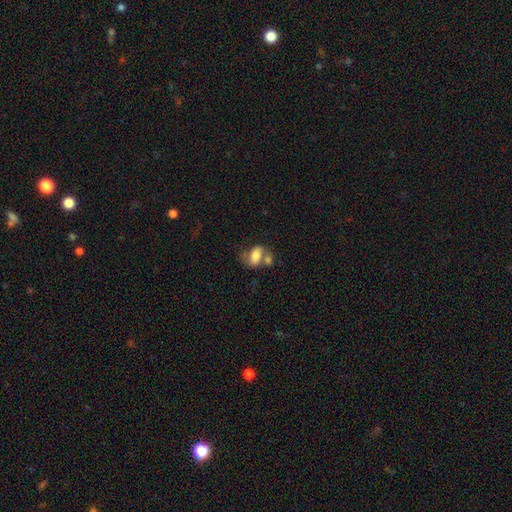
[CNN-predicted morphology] type=smooth (67%); roundness=in between (85%); merging=merger (44%).